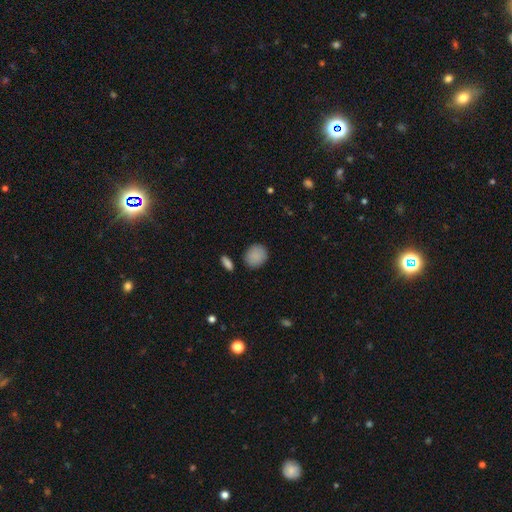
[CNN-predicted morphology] smooth 88%, star or artifact 8%, featured or disk 4%. Down the decision tree: how rounded — round (69%); merging — none (83%).